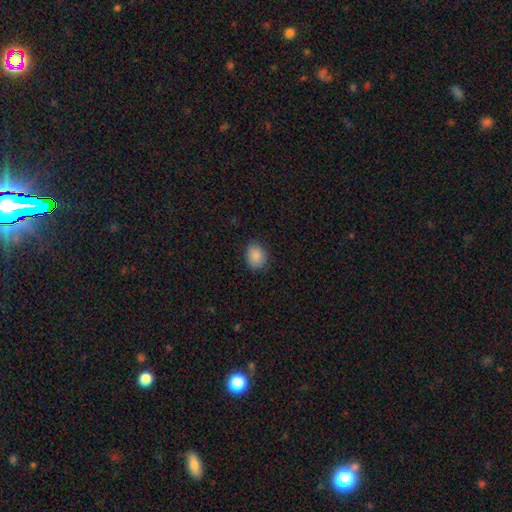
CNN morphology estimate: This is clearly a smooth galaxy (87%). How rounded: possibly round (50%). Merging: clearly none (83%).